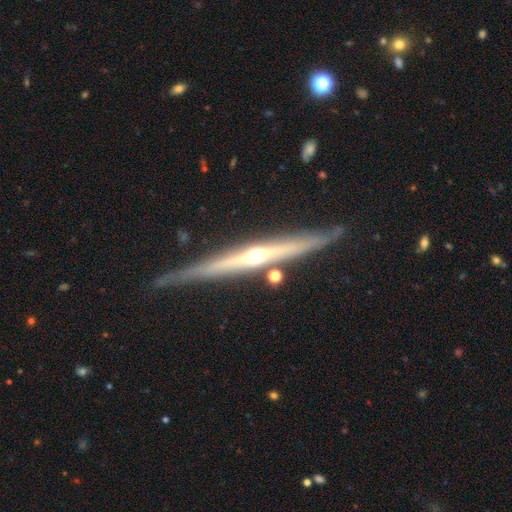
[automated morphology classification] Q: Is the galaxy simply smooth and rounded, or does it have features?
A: featured or disk — 82%.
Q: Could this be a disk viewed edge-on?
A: yes — 98%.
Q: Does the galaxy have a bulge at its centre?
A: rounded — 84%.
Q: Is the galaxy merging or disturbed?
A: none — 81%.